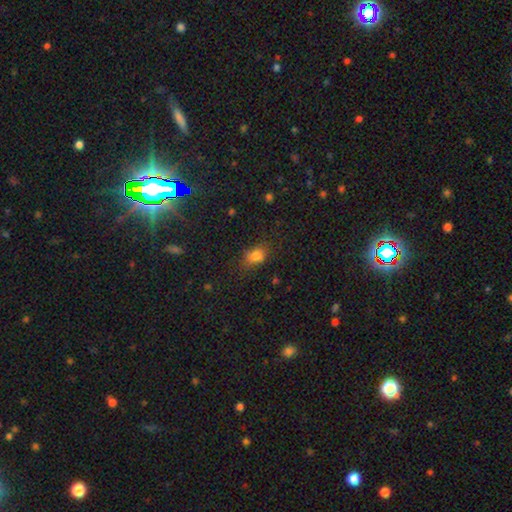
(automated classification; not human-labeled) The model was most divided on "how rounded": in between: 67%, round: 30%, cigar-shaped: 3%. More confident: smooth or featured — smooth (77%); merging — none (67%).